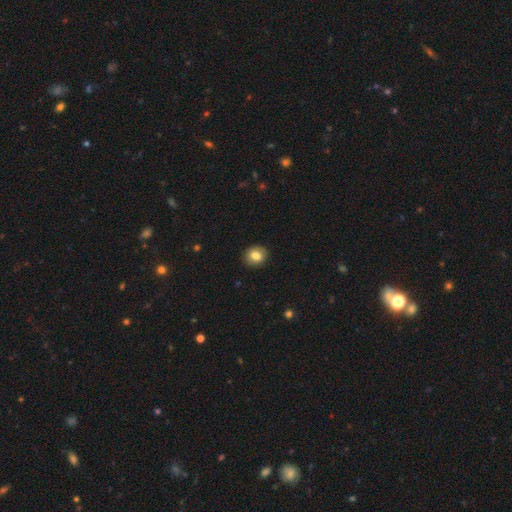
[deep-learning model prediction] smooth-or-featured: smooth: 81% | featured or disk: 10% | star or artifact: 9%
  how-rounded: round: 66% | in between: 33% | cigar-shaped: 1%
  merging: none: 89% | minor disturbance: 8% | major disturbance: 2% | merger: 1%